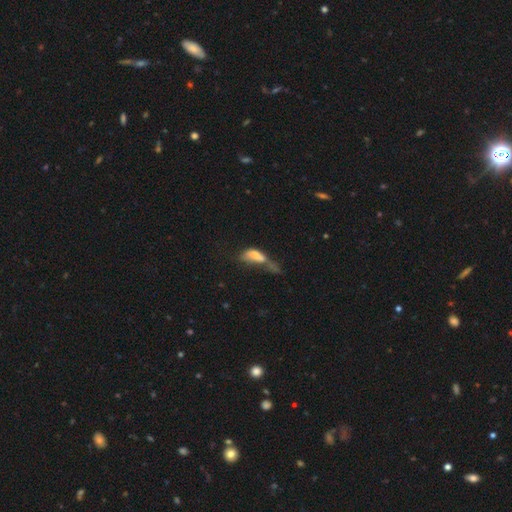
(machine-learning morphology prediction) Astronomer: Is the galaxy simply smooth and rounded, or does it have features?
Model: smooth — 63%.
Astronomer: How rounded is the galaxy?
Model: in between — 74%.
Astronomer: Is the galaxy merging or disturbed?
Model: major disturbance — 49%.